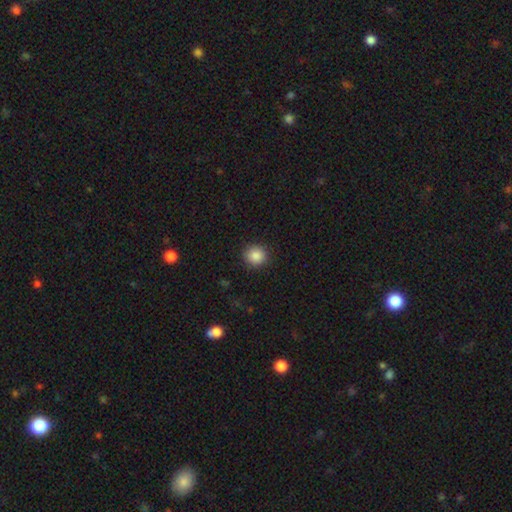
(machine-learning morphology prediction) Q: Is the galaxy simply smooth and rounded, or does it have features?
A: smooth — 87%.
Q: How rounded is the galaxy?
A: round — 90%.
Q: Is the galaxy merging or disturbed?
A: none — 90%.